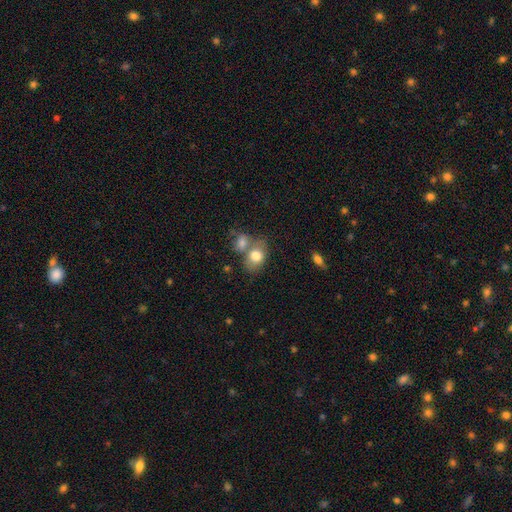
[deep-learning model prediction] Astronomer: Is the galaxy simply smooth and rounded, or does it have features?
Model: smooth — 78%.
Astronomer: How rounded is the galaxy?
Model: in between — 65%.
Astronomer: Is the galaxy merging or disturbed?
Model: merger — 44% (runner-up: none, 38%).